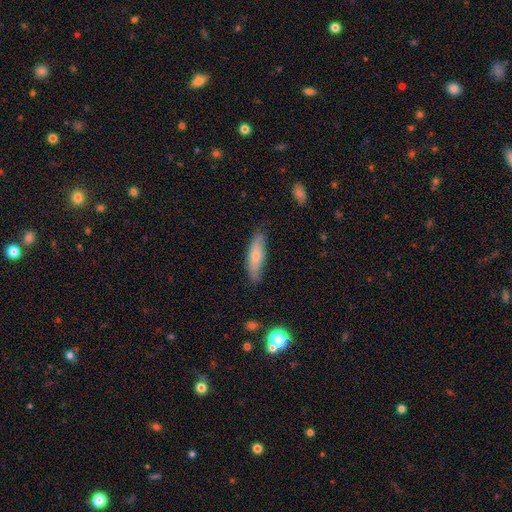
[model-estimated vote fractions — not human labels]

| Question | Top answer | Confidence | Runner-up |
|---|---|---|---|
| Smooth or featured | smooth | 69% | featured or disk (25%) |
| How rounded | cigar-shaped | 64% | in between (34%) |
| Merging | none | 80% | minor disturbance (16%) |